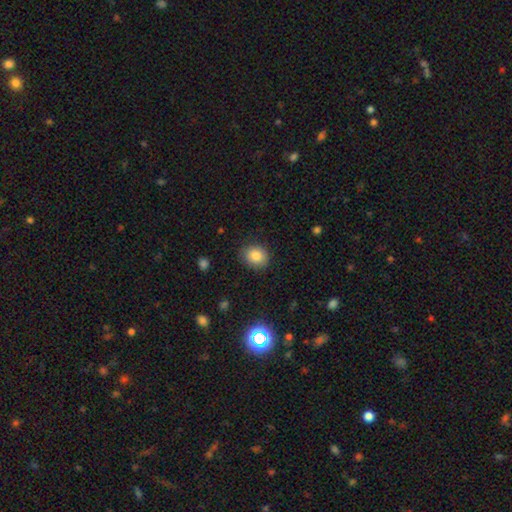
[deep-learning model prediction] Smooth or featured?
  - smooth: 85% *
  - star or artifact: 10%
  - featured or disk: 6%
How rounded?
  - round: 64% *
  - in between: 35%
  - cigar-shaped: 1%
Merging?
  - none: 84% *
  - minor disturbance: 11%
  - major disturbance: 3%
  - merger: 1%